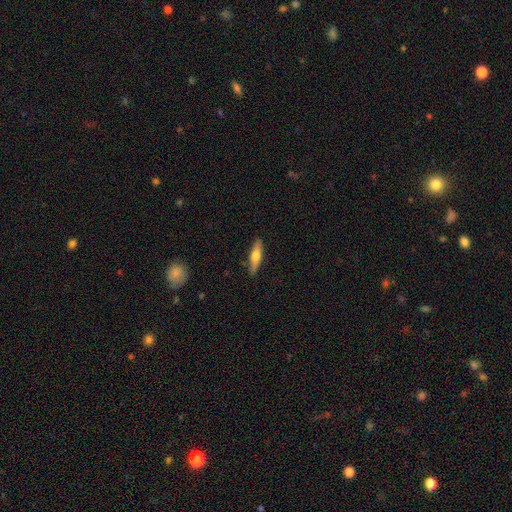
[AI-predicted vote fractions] Smooth or featured: smooth — 52% (featured or disk — 42%)
How rounded: cigar-shaped — 76% (in between — 22%)
Merging: none — 88% (minor disturbance — 9%)